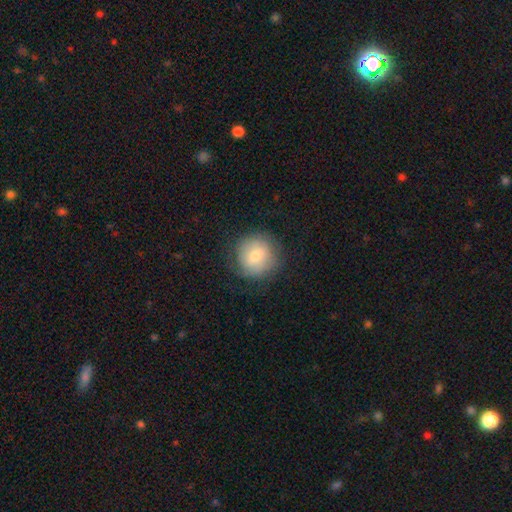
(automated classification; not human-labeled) This appears to be a smooth galaxy with no disk features (68%) that is round (93%). Merging: none (81%).